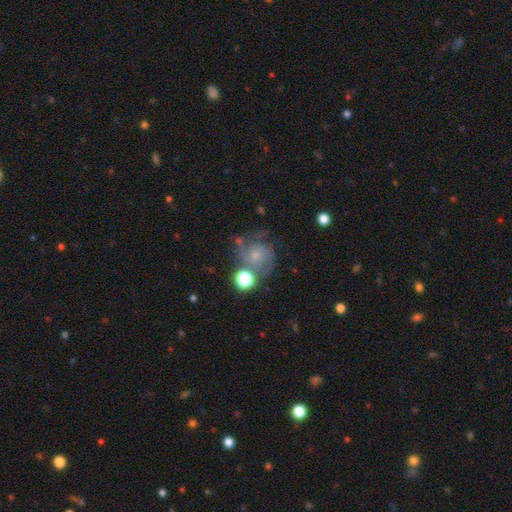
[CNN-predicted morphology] This appears to be a featured or disk galaxy (69%) with no bar (72%), 2 (58%) medium (48%) spiral arms (92%) and a small central bulge (48%). Merging: none (53%).